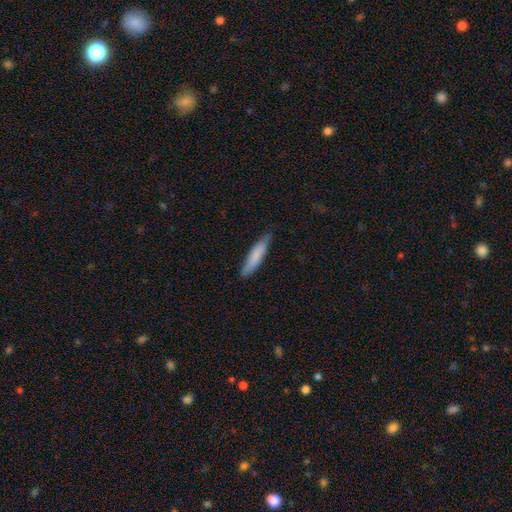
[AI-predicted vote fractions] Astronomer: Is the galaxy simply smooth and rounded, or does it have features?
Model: smooth — 79%.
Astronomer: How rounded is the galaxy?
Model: cigar-shaped — 84%.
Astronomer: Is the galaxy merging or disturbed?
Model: none — 81%.